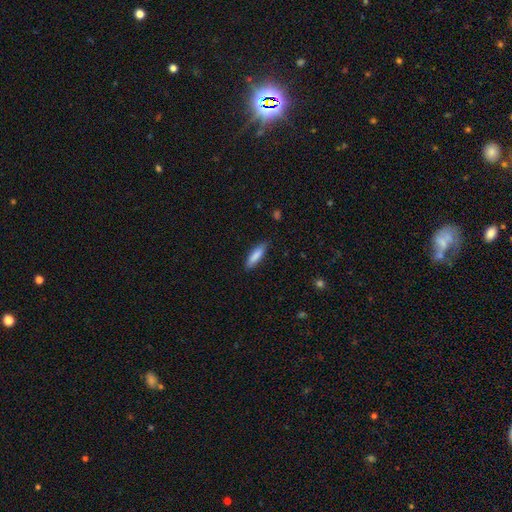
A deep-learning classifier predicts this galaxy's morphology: Smooth or featured? smooth (84%)
How rounded? cigar-shaped (64%)
Merging? none (83%)